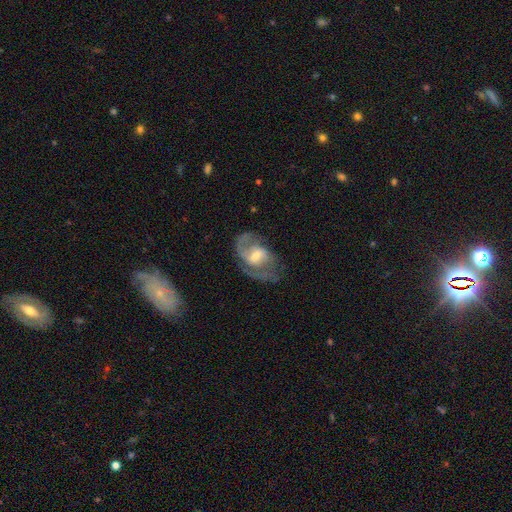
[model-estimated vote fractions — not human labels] A featured or disk galaxy (81%) with a weak bar (50%), 2 (63%) medium (50%) spiral arms (91%) and a moderate central bulge (54%). Merging: none (54%).